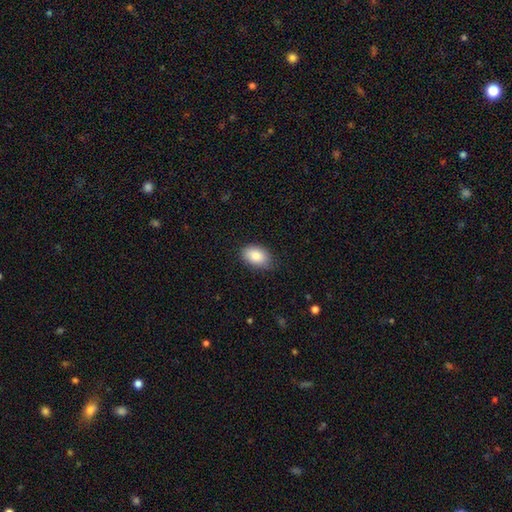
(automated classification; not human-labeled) Smooth or featured: smooth — 84% (featured or disk — 8%)
How rounded: in between — 88% (round — 10%)
Merging: none — 81% (minor disturbance — 15%)